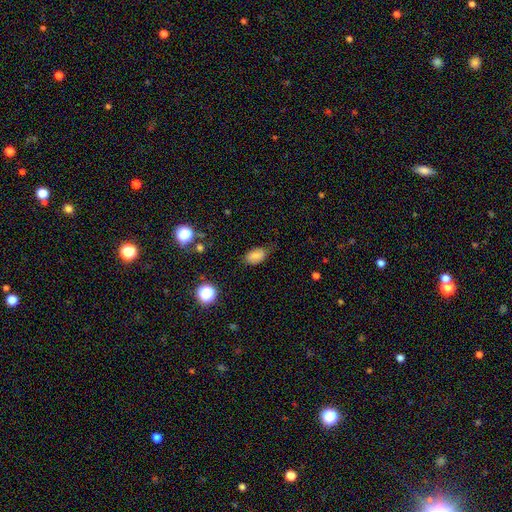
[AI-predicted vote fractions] A smooth galaxy with no disk features (76%) that is in between round and cigar-shaped (89%). Merging: none (66%).